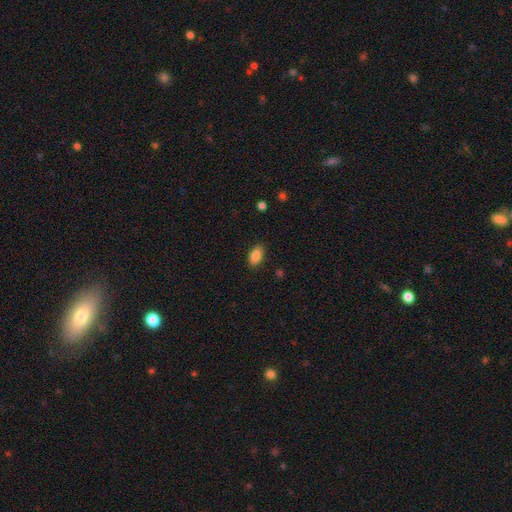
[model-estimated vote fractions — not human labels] A smooth galaxy with no disk features (88%) that is in between round and cigar-shaped (92%). Merging: none (87%).